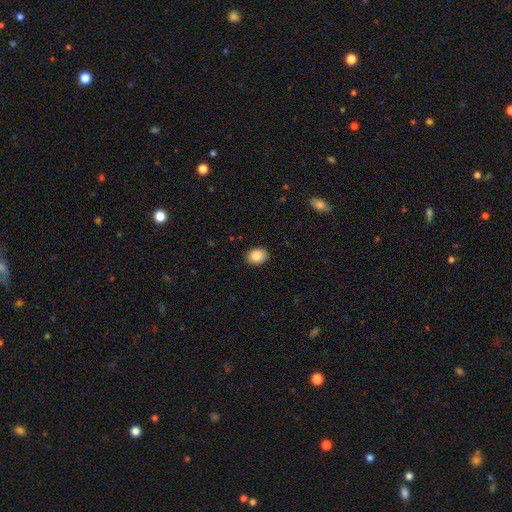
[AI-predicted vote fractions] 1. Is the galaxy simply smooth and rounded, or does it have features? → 85% smooth, 8% star or artifact, 6% featured or disk.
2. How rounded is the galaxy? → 59% in between, 40% round, 1% cigar-shaped.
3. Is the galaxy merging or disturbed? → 90% none, 7% minor disturbance, 2% major disturbance, 1% merger.